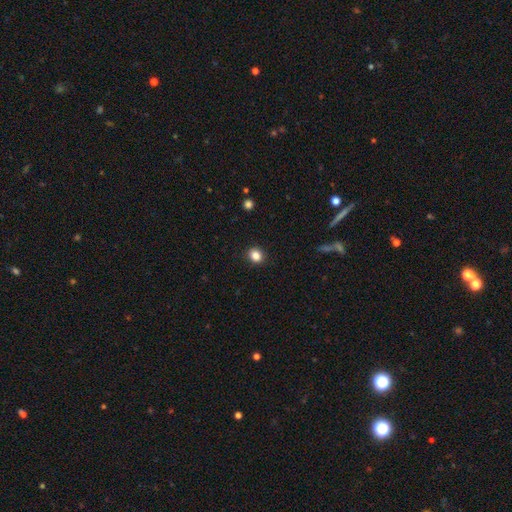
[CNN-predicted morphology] Smooth or featured? Predicted: smooth (p=0.85). How rounded? Predicted: round (p=0.66). Merging? Predicted: none (p=0.91).